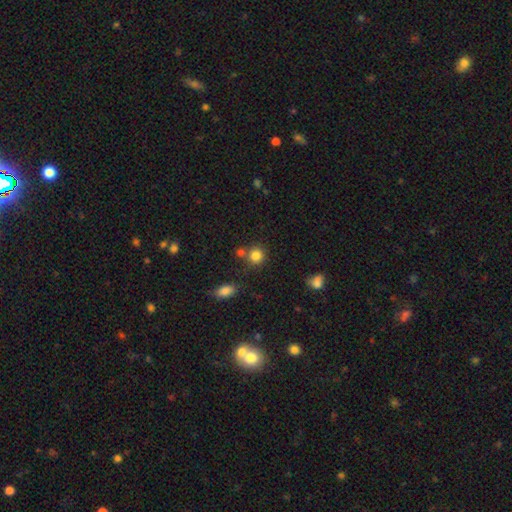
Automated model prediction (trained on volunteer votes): smooth_or_featured: smooth (p=0.83) [alt: star or artifact p=0.11]
how_rounded: round (p=0.87) [alt: in between p=0.12]
merging: none (p=0.69) [alt: merger p=0.17]